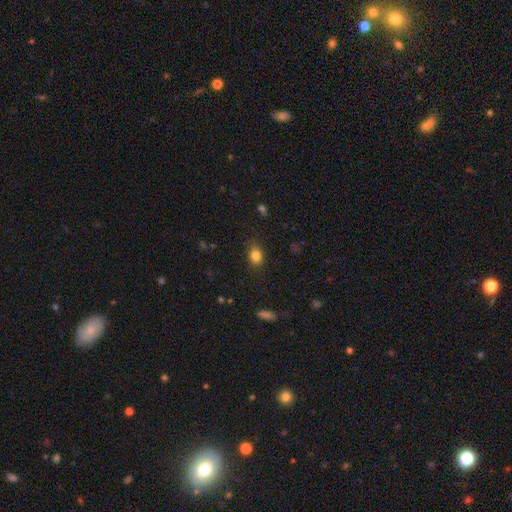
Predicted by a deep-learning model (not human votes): Smooth or featured?
  - smooth: 83% *
  - star or artifact: 11%
  - featured or disk: 7%
How rounded?
  - in between: 63% *
  - round: 36%
  - cigar-shaped: 2%
Merging?
  - none: 81% *
  - minor disturbance: 14%
  - major disturbance: 4%
  - merger: 1%